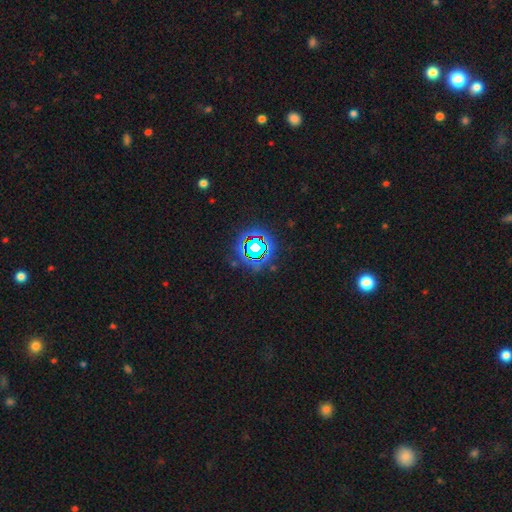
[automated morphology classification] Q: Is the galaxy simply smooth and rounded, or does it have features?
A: star or artifact — 79%.